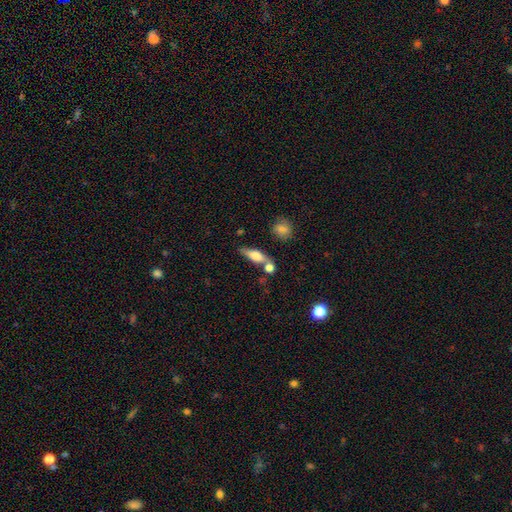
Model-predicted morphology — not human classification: Smooth or featured? smooth (59%)
How rounded? in between (50%)
Merging? none (59%)